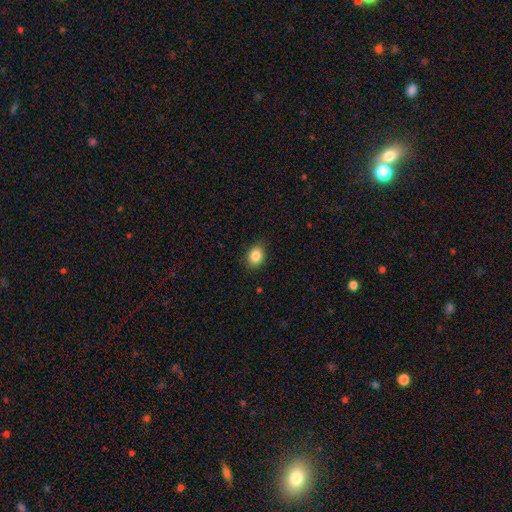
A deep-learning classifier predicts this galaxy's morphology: Smooth or featured?
  - smooth: 87% *
  - star or artifact: 9%
  - featured or disk: 4%
How rounded?
  - in between: 55% *
  - round: 44%
  - cigar-shaped: 1%
Merging?
  - none: 84% *
  - minor disturbance: 13%
  - major disturbance: 2%
  - merger: 1%